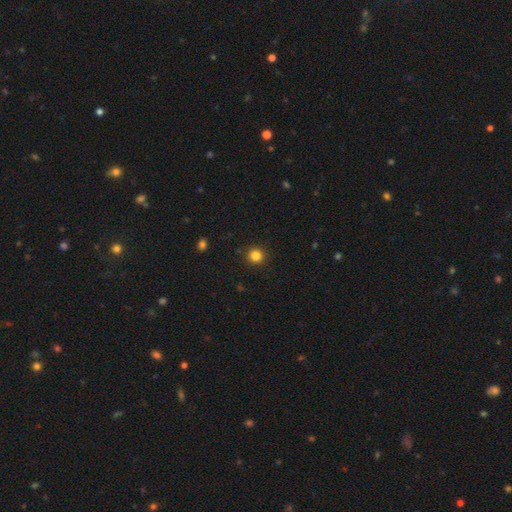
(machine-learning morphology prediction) The model was most divided on "smooth or featured": smooth: 84%, star or artifact: 12%, featured or disk: 4%. More confident: how rounded — round (93%); merging — none (92%).